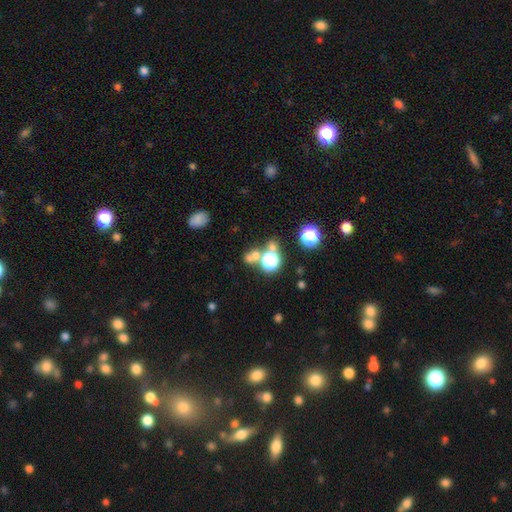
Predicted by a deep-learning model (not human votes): smooth_or_featured: smooth (p=0.52) [alt: star or artifact p=0.36]
how_rounded: round (p=0.78) [alt: in between p=0.20]
merging: none (p=0.48) [alt: merger p=0.37]